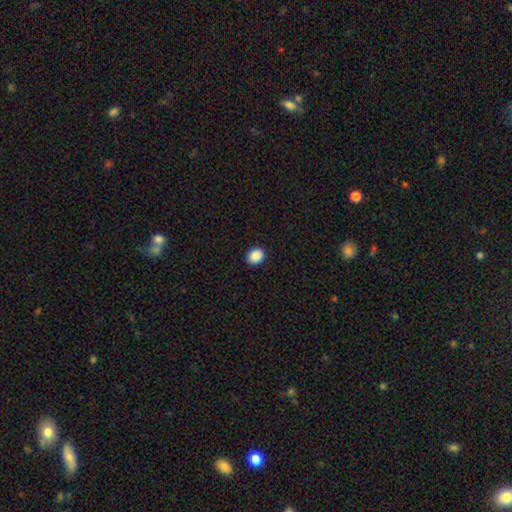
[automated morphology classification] smooth_or_featured: smooth (p=0.89) [alt: star or artifact p=0.08]
how_rounded: round (p=0.52) [alt: in between p=0.47]
merging: none (p=0.90) [alt: minor disturbance p=0.07]